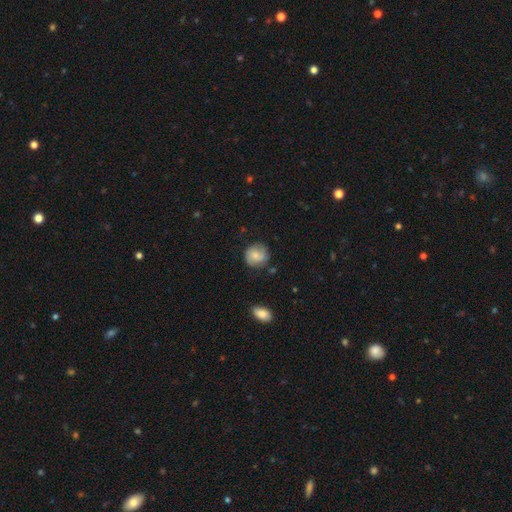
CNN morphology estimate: smooth 65%, featured or disk 27%, star or artifact 8%. Down the decision tree: how rounded — round (85%); merging — none (74%).